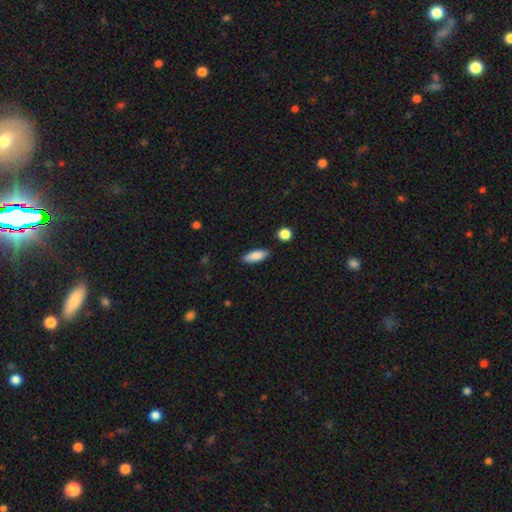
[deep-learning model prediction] The model was most divided on "how rounded": in between: 66%, cigar-shaped: 32%, round: 2%. More confident: merging — none (86%); smooth or featured — smooth (86%).